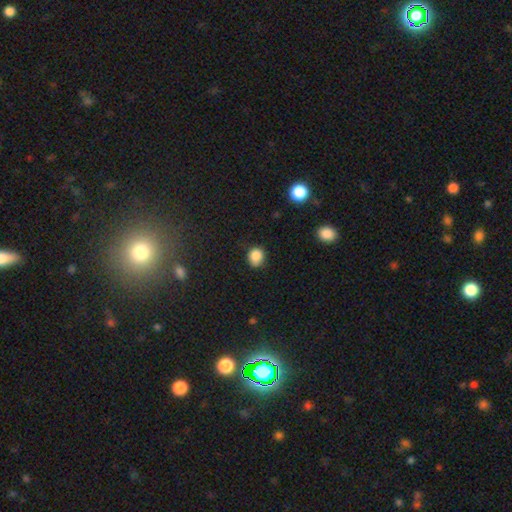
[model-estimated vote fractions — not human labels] smooth_or_featured: smooth (p=0.86) [alt: star or artifact p=0.10]
how_rounded: round (p=0.68) [alt: in between p=0.31]
merging: none (p=0.72) [alt: minor disturbance p=0.22]